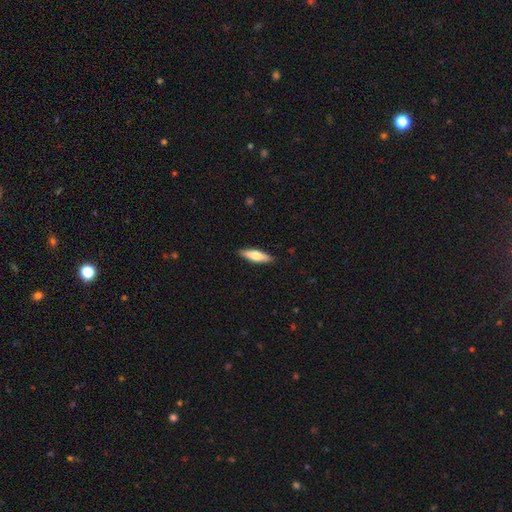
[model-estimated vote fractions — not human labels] smooth 66%, featured or disk 28%, star or artifact 5%. Down the decision tree: how rounded — cigar-shaped (62%); merging — none (89%).